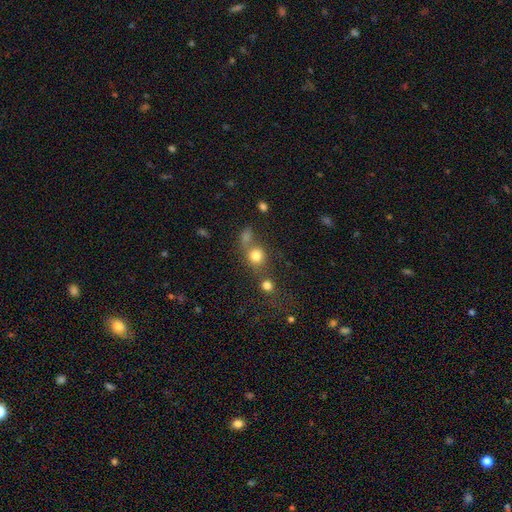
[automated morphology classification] type=smooth (77%); roundness=round (82%); merging=none (51%).